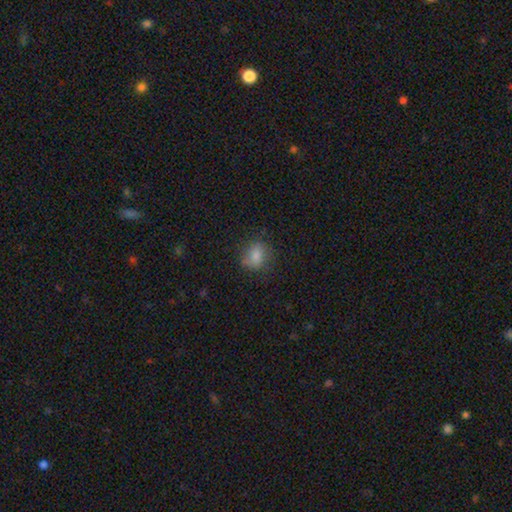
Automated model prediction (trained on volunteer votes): Q: Smooth or featured?
A: smooth (75%); runner-up: star or artifact (13%)
Q: How rounded?
A: in between (52%); runner-up: round (46%)
Q: Merging?
A: none (71%); runner-up: minor disturbance (20%)